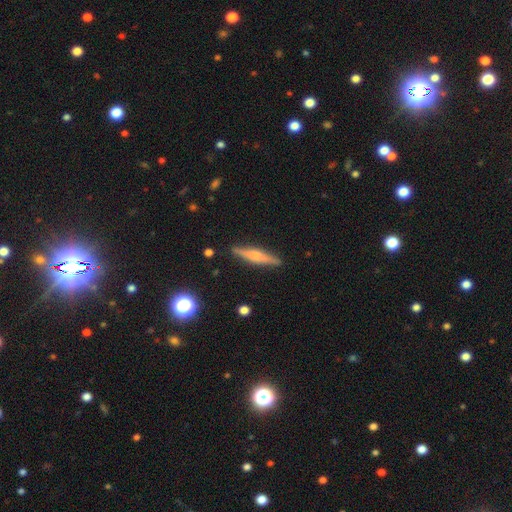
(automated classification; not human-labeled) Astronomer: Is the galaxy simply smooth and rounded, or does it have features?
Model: featured or disk — 54% (runner-up: smooth, 39%).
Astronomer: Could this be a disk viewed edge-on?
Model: yes — 96%.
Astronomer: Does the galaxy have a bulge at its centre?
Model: rounded — 67%.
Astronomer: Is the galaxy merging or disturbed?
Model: none — 89%.